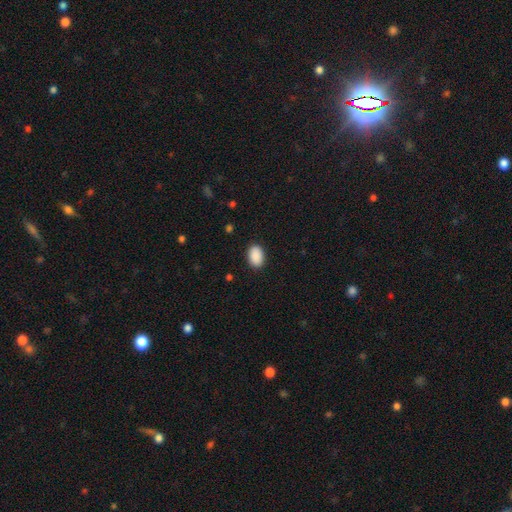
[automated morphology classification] Smooth or featured?
  - smooth: 91% *
  - star or artifact: 7%
  - featured or disk: 2%
How rounded?
  - in between: 89% *
  - round: 10%
  - cigar-shaped: 1%
Merging?
  - none: 89% *
  - minor disturbance: 8%
  - major disturbance: 2%
  - merger: 1%